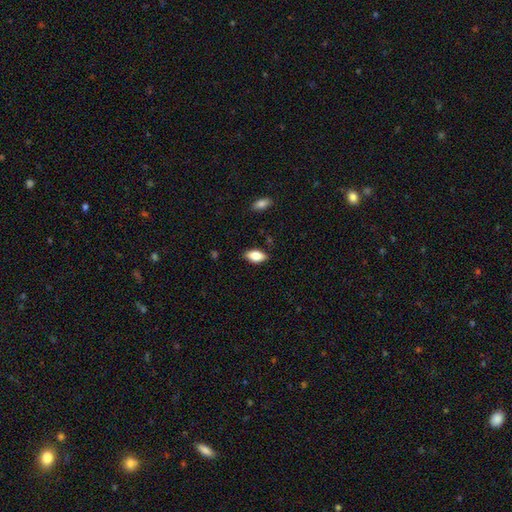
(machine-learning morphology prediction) A smooth galaxy with no disk features (82%) that is in between round and cigar-shaped (90%). Merging: none (84%).